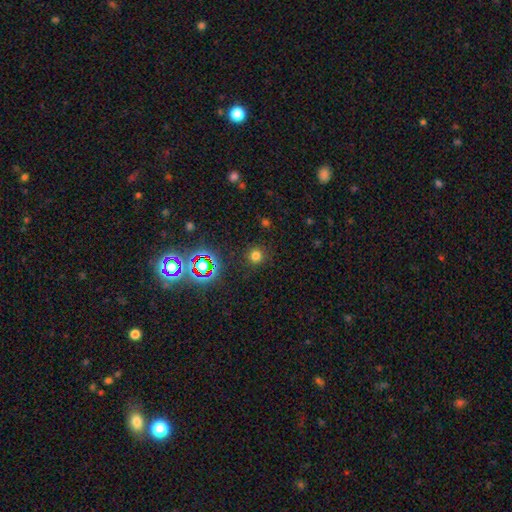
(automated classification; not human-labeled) Overall: smooth (71%). How rounded: round (94%). Merging: none (88%).